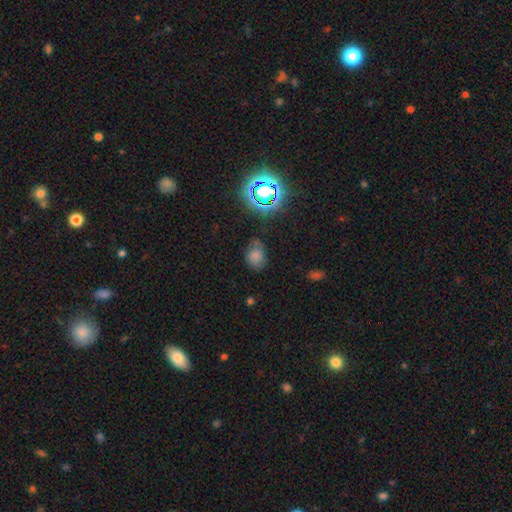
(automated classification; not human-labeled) Smooth or featured? Predicted: smooth (p=0.67). How rounded? Predicted: in between (p=0.59). Merging? Predicted: none (p=0.59).